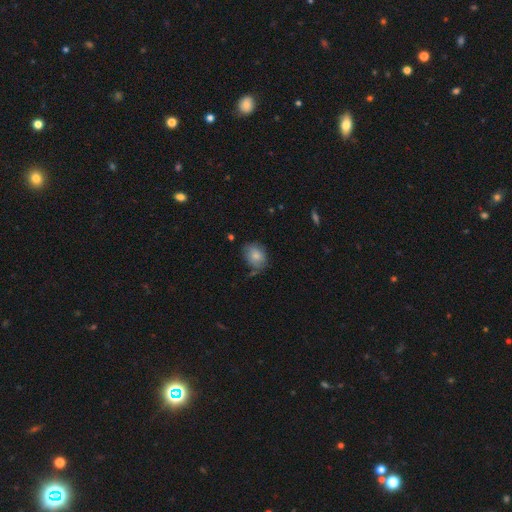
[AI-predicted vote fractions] Morphology: type=smooth (79%); roundness=in between (54%); merging=none (64%).